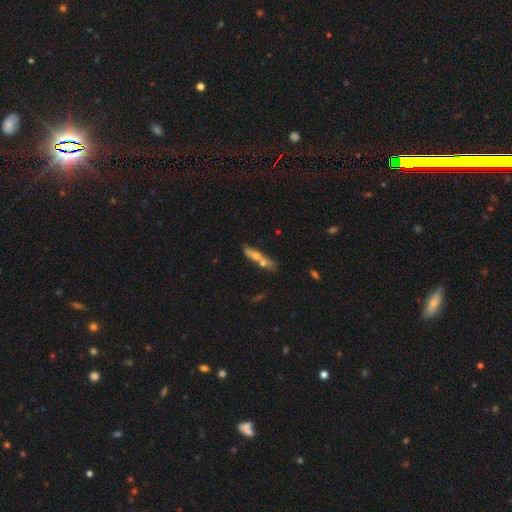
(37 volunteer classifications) A smooth galaxy with no disk features (51%) that is cigar-shaped (74%).

Vote fractions:
- Smooth or featured? smooth: 51% / featured or disk: 43% / star or artifact: 5%
- How rounded? cigar-shaped: 74% / in between: 26% / round: 0%
- Merging? merger: 60% / none: 26% / minor disturbance: 11% / major disturbance: 3%